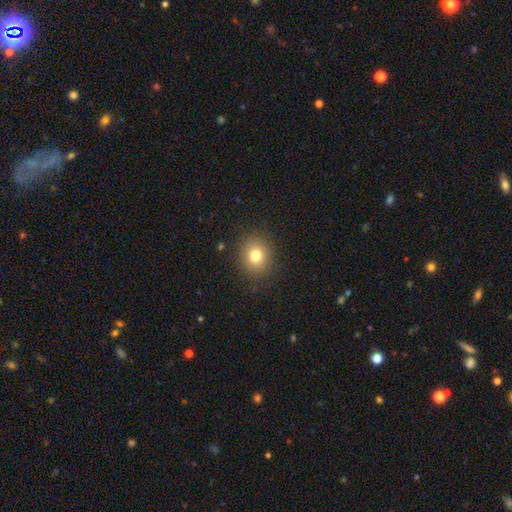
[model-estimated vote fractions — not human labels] Overall: smooth (78%). How rounded: round (76%). Merging: none (88%).